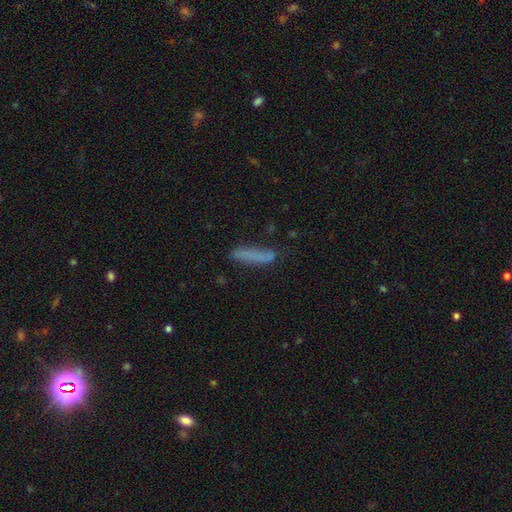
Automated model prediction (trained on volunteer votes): A smooth galaxy with no disk features (75%) that is cigar-shaped (86%).

Vote fractions:
- Smooth or featured? smooth: 75% / featured or disk: 15% / star or artifact: 10%
- How rounded? cigar-shaped: 86% / in between: 13% / round: 2%
- Merging? none: 72% / minor disturbance: 19% / major disturbance: 6% / merger: 4%